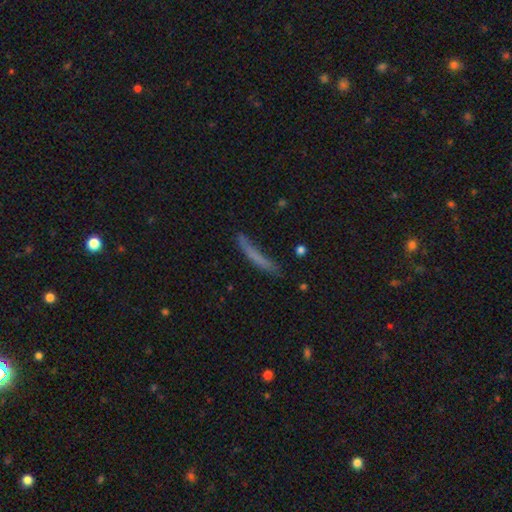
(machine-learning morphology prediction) A smooth galaxy with no disk features (68%) that is cigar-shaped (94%).

Vote fractions:
- Smooth or featured? smooth: 68% / featured or disk: 23% / star or artifact: 9%
- How rounded? cigar-shaped: 94% / in between: 5% / round: 2%
- Merging? none: 63% / minor disturbance: 24% / major disturbance: 9% / merger: 4%